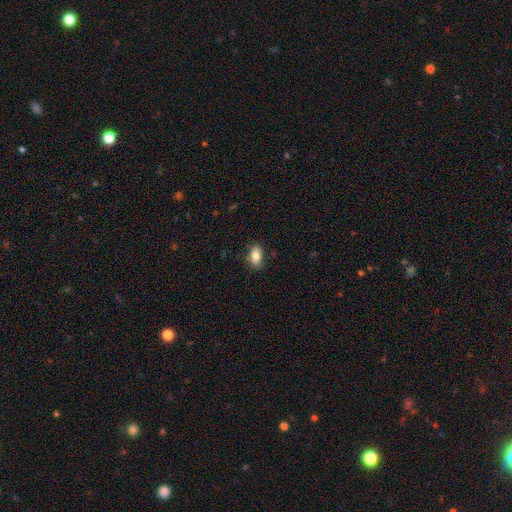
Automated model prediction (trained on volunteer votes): This is clearly a smooth galaxy (83%). How rounded: clearly in between (88%). Merging: clearly none (85%).